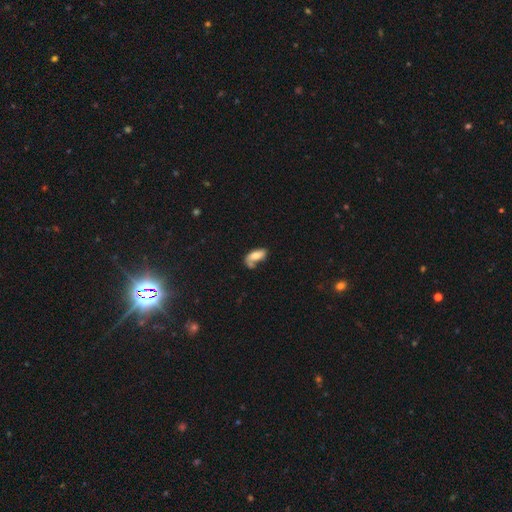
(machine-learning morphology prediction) The model was most divided on "merging": none: 37%, minor disturbance: 22%, major disturbance: 21%, merger: 19%. More confident: how rounded — in between (86%); smooth or featured — smooth (67%).